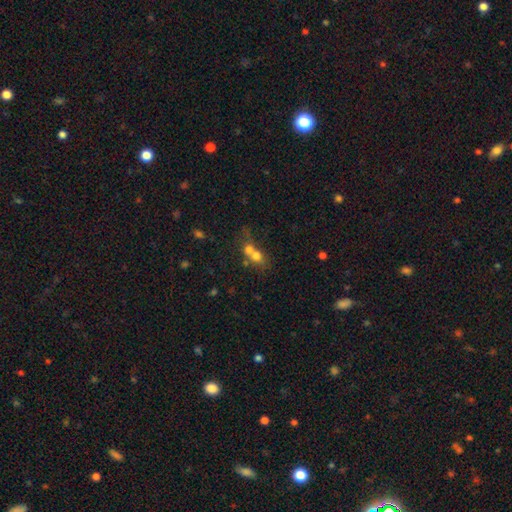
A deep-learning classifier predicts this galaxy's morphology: A smooth galaxy with no disk features (67%) that is round (68%). Merging: merger (68%).